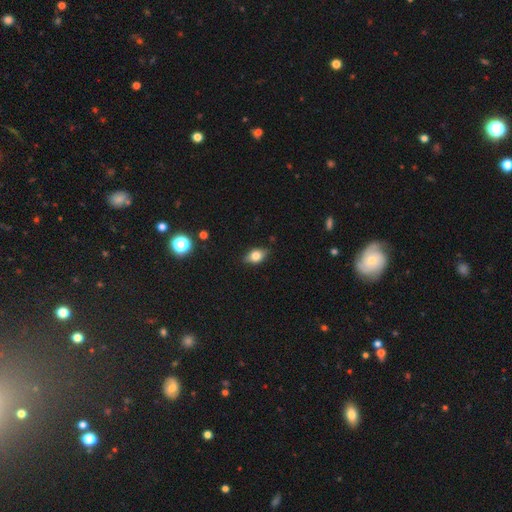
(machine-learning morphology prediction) This appears to be a smooth galaxy with no disk features (73%) that is in between round and cigar-shaped (80%). Merging: none (83%).